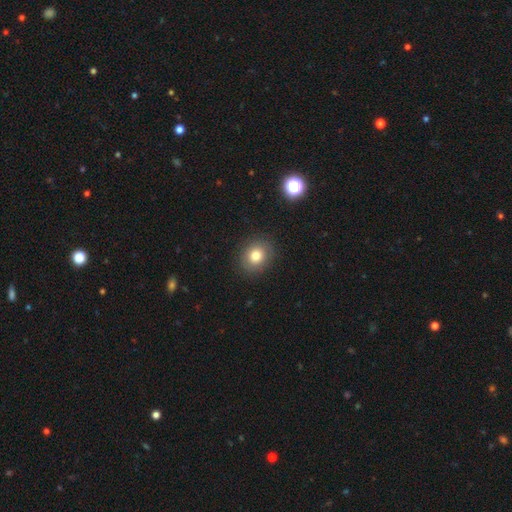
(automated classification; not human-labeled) A smooth galaxy with no disk features (79%) that is round (66%).

Vote fractions:
- Smooth or featured? smooth: 79% / star or artifact: 11% / featured or disk: 10%
- How rounded? round: 66% / in between: 33% / cigar-shaped: 1%
- Merging? none: 87% / minor disturbance: 9% / major disturbance: 3% / merger: 1%